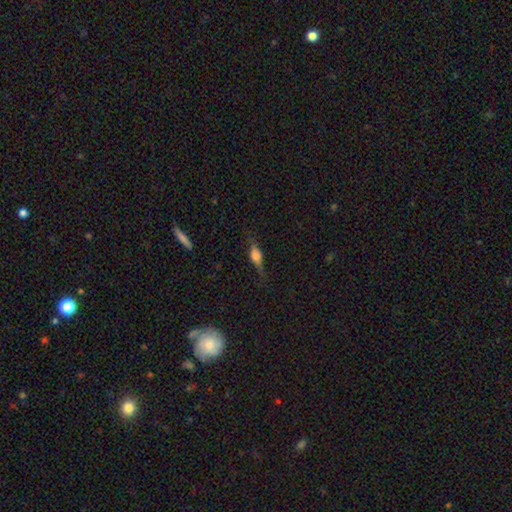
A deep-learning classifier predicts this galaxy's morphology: This appears to be a featured or disk galaxy (45%). Merging: none (71%).